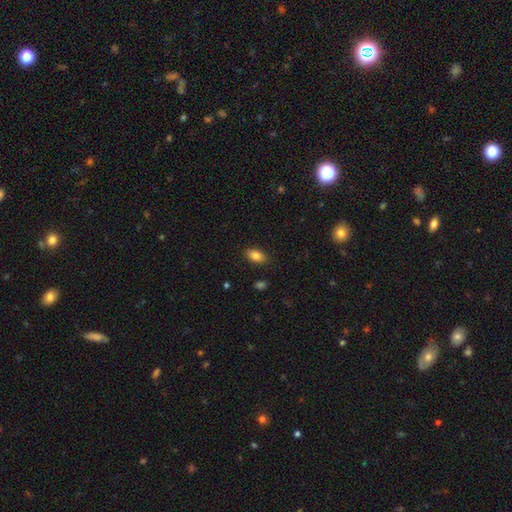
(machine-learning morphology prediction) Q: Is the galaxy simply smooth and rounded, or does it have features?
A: smooth — 84%.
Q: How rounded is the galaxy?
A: in between — 91%.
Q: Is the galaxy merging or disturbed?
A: none — 87%.